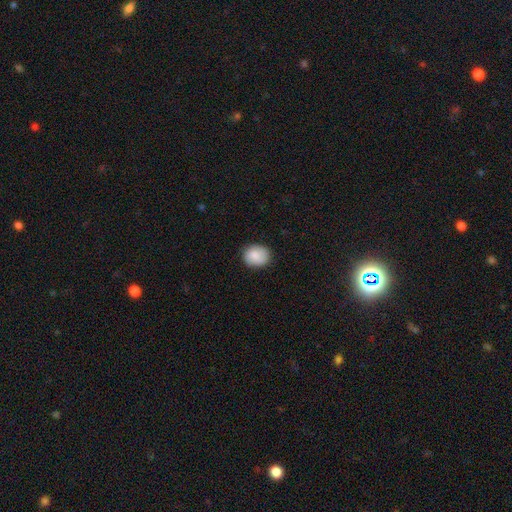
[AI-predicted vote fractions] Q: Smooth or featured?
A: smooth (85%); runner-up: featured or disk (8%)
Q: How rounded?
A: round (65%); runner-up: in between (34%)
Q: Merging?
A: none (85%); runner-up: minor disturbance (12%)